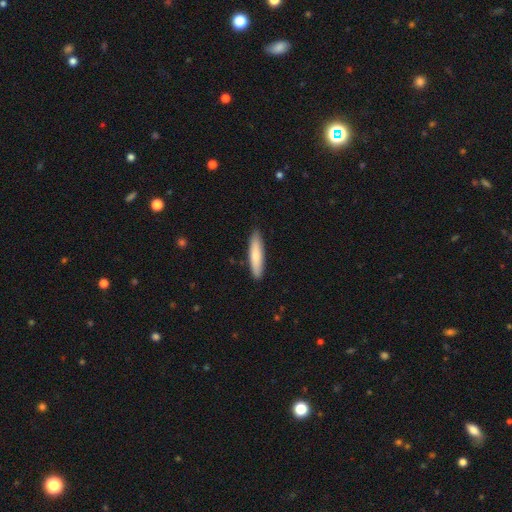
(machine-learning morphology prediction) Smooth or featured? smooth (77%)
How rounded? cigar-shaped (83%)
Merging? none (90%)